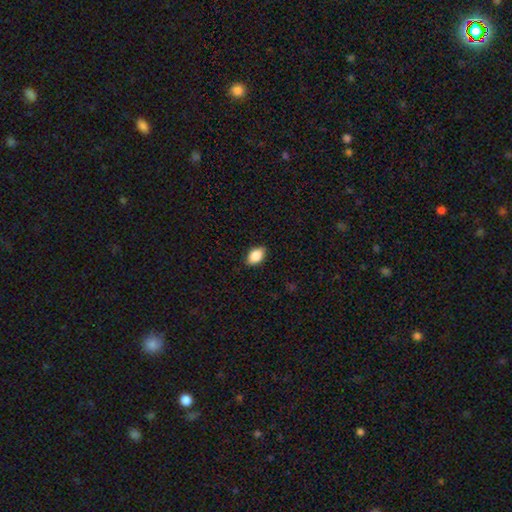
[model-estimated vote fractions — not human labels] smooth_or_featured: smooth (p=0.85) [alt: star or artifact p=0.08]
how_rounded: in between (p=0.89) [alt: round p=0.09]
merging: none (p=0.87) [alt: minor disturbance p=0.10]